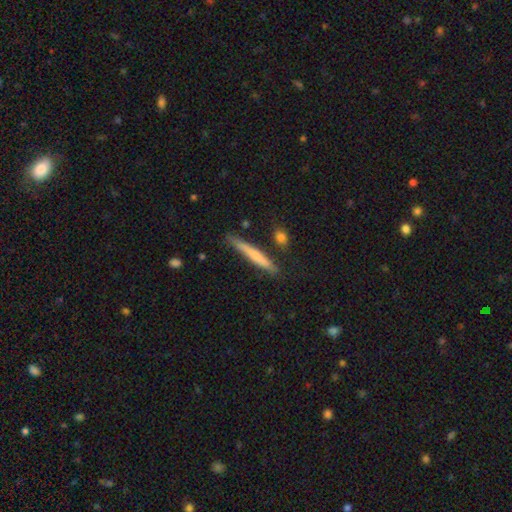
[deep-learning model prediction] Q: Smooth or featured?
A: smooth (64%); runner-up: featured or disk (31%)
Q: How rounded?
A: cigar-shaped (95%); runner-up: in between (3%)
Q: Merging?
A: none (78%); runner-up: minor disturbance (16%)